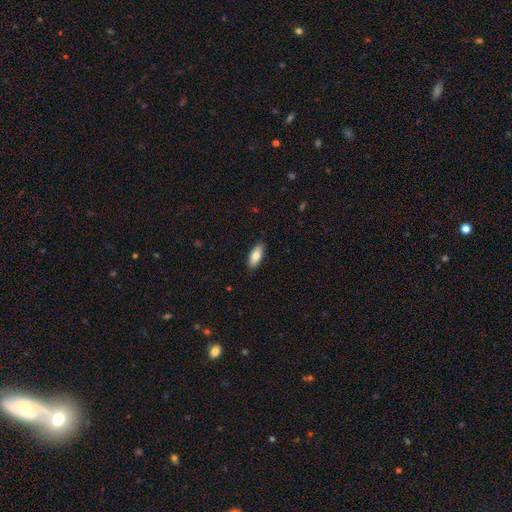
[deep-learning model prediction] smooth_or_featured: smooth (p=0.80) [alt: featured or disk p=0.13]
how_rounded: in between (p=0.81) [alt: cigar-shaped p=0.17]
merging: none (p=0.88) [alt: minor disturbance p=0.09]